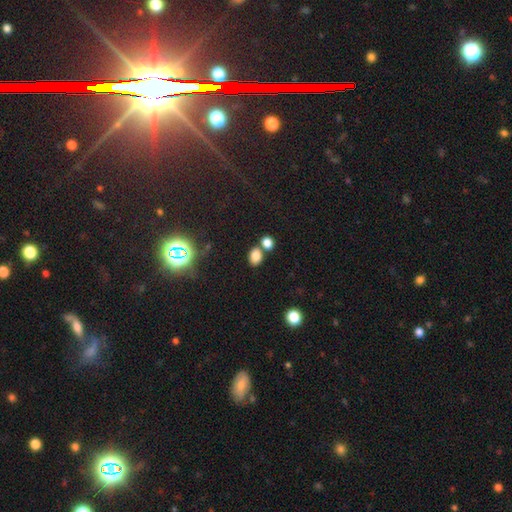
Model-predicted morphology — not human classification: Smooth or featured: smooth — 79% (star or artifact — 15%)
How rounded: in between — 70% (round — 28%)
Merging: none — 59% (merger — 28%)